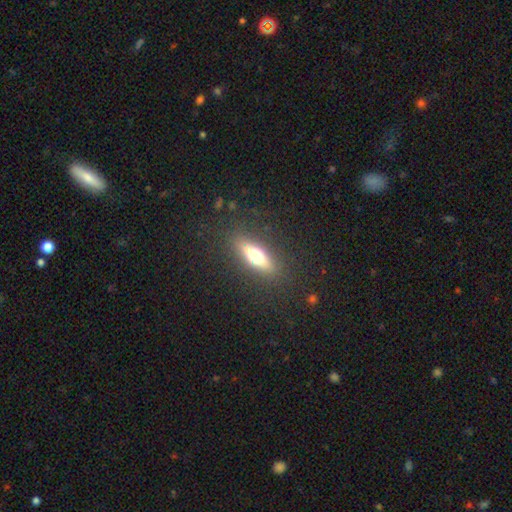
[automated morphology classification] type=smooth (47%); merging=none (86%).